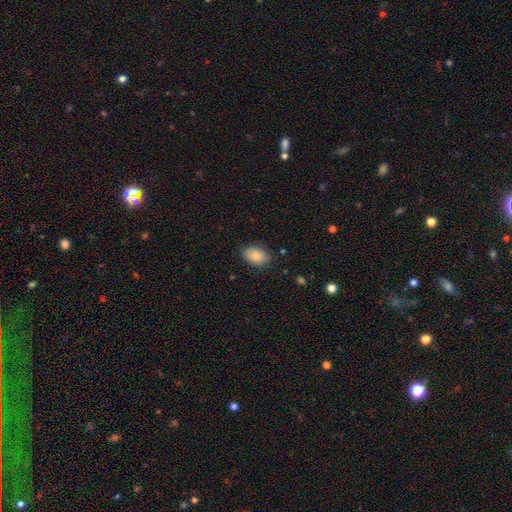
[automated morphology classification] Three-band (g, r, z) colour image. It shows a smooth galaxy with no disk features (88%) that is in between round and cigar-shaped (86%). Merging: none (83%).